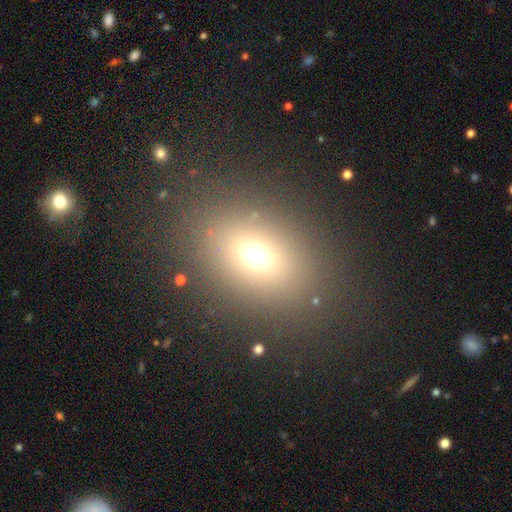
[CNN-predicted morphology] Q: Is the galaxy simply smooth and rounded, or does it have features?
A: smooth — 67%.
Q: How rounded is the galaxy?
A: in between — 62%.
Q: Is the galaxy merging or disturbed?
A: none — 85%.